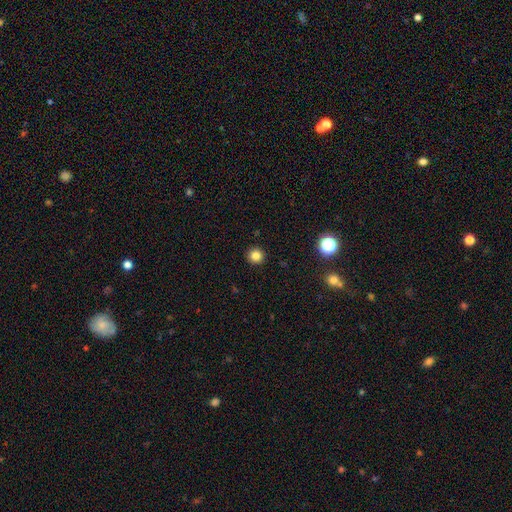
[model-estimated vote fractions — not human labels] smooth_or_featured: smooth (p=0.83) [alt: star or artifact p=0.13]
how_rounded: round (p=0.94) [alt: in between p=0.05]
merging: none (p=0.93) [alt: minor disturbance p=0.05]